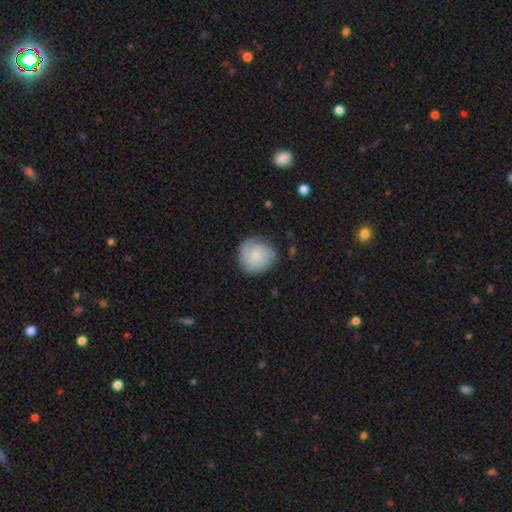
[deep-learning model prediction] The model was most divided on "smooth or featured": smooth: 63%, featured or disk: 31%, star or artifact: 7%. More confident: how rounded — round (91%); merging — none (73%).